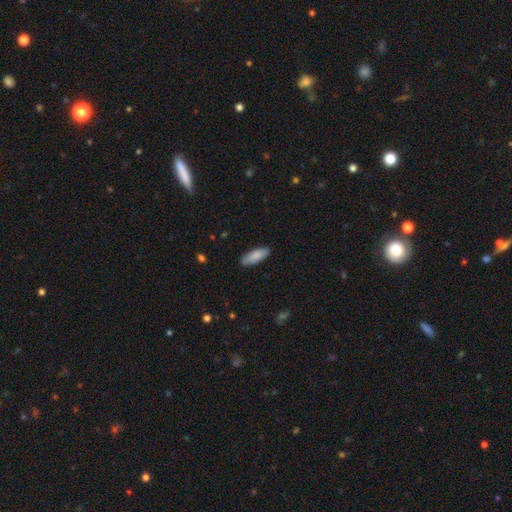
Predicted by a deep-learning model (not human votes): This appears to be a smooth galaxy with no disk features (82%) that is in between round and cigar-shaped (68%). Merging: none (84%).